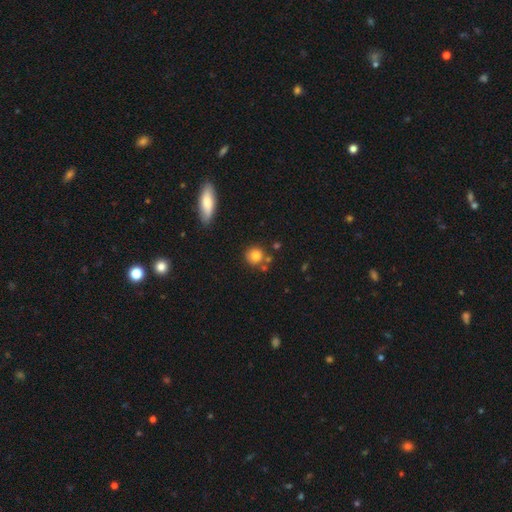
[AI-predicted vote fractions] smooth 81%, star or artifact 10%, featured or disk 9%. Down the decision tree: how rounded — round (89%); merging — none (74%).